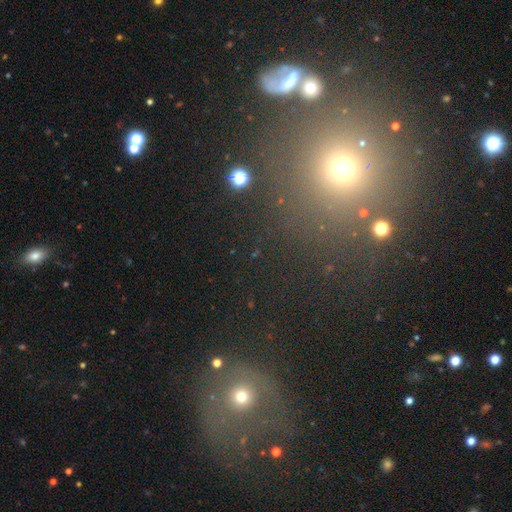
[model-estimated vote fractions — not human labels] This is possibly a star or artifact rather than a galaxy (52%).